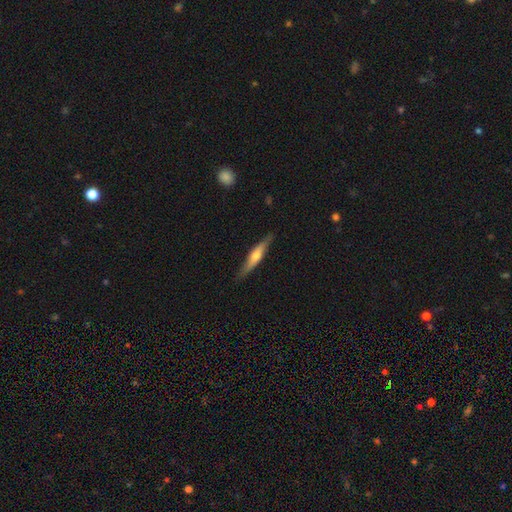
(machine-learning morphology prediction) A featured or disk galaxy (56%) viewed edge-on (93%) with a rounded central bulge (83%).

Vote fractions:
- Smooth or featured? featured or disk: 56% / smooth: 39% / star or artifact: 5%
- Edge-on disk? yes: 93% / no: 7%
- Edge-on bulge? rounded: 83% / boxy: 9% / none: 8%
- Merging? none: 85% / minor disturbance: 12% / major disturbance: 2% / merger: 1%